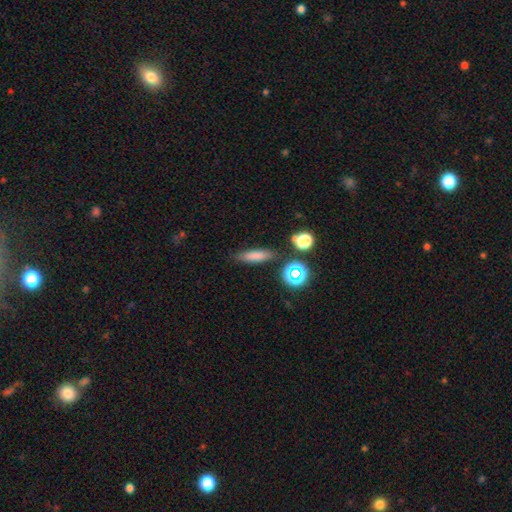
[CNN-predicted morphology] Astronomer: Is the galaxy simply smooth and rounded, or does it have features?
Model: smooth — 75%.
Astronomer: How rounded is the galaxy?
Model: cigar-shaped — 63%.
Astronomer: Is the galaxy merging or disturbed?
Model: none — 82%.